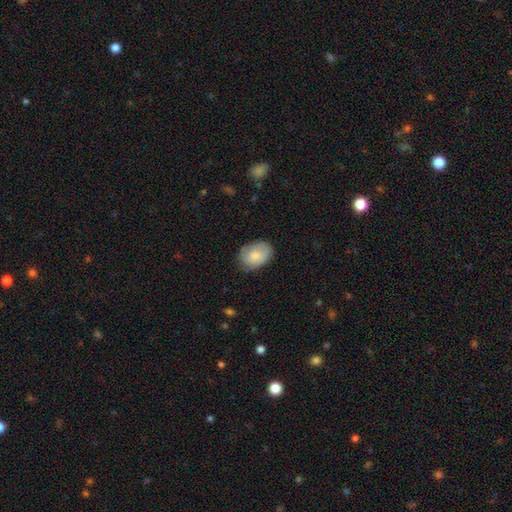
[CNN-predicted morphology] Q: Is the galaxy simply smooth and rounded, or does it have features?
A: smooth — 78%.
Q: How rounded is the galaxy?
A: in between — 74%.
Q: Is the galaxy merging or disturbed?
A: none — 73%.